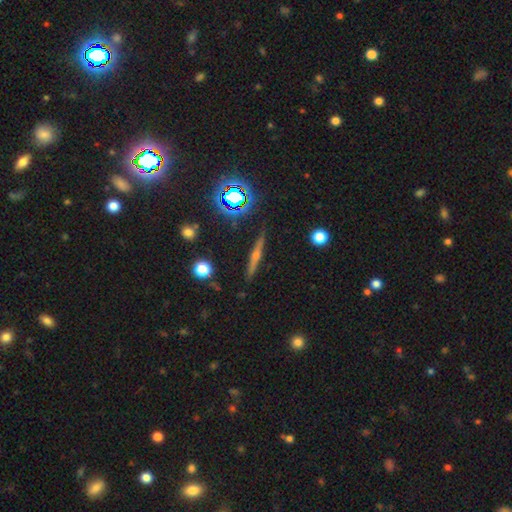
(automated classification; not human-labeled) Smooth or featured: featured or disk — 63% (smooth — 21%)
Edge-on disk: yes — 97% (no — 3%)
Edge-on bulge: rounded — 87% (none — 9%)
Merging: none — 89% (minor disturbance — 8%)